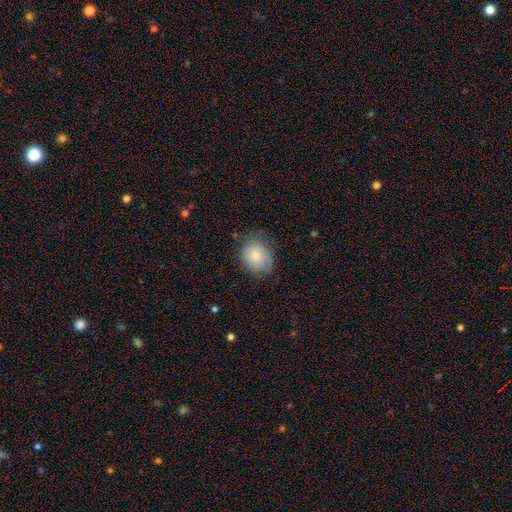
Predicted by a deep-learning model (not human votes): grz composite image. It shows a smooth galaxy with no disk features (80%) that is round (54%). Merging: none (69%).